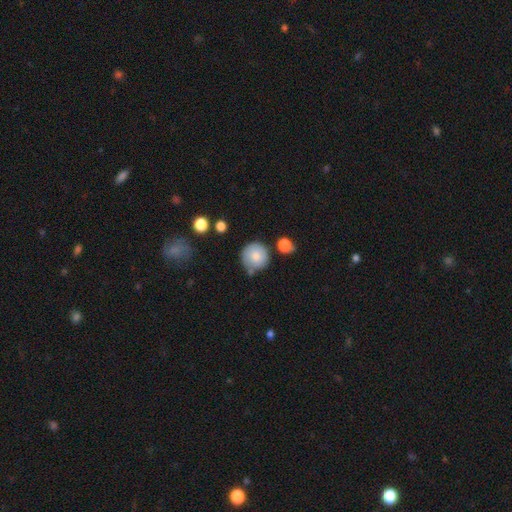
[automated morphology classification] smooth 80%, featured or disk 12%, star or artifact 8%. Down the decision tree: how rounded — round (94%); merging — none (69%).